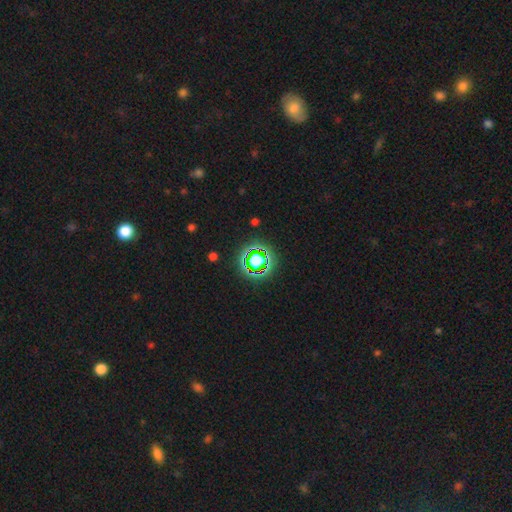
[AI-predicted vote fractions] Morphology: type=star or artifact (65%).